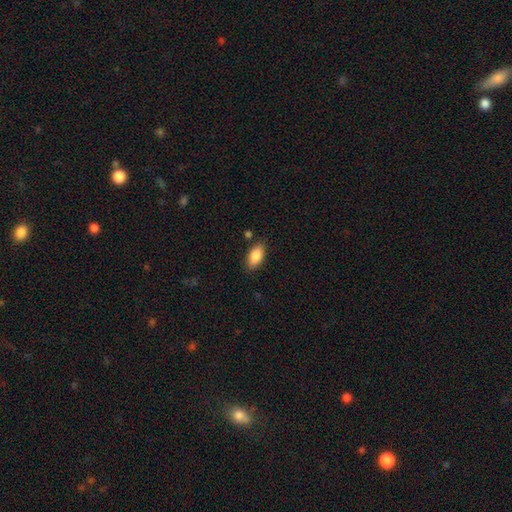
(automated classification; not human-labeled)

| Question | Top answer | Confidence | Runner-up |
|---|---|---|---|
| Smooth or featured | smooth | 87% | star or artifact (7%) |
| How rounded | in between | 90% | cigar-shaped (8%) |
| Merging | none | 83% | minor disturbance (12%) |